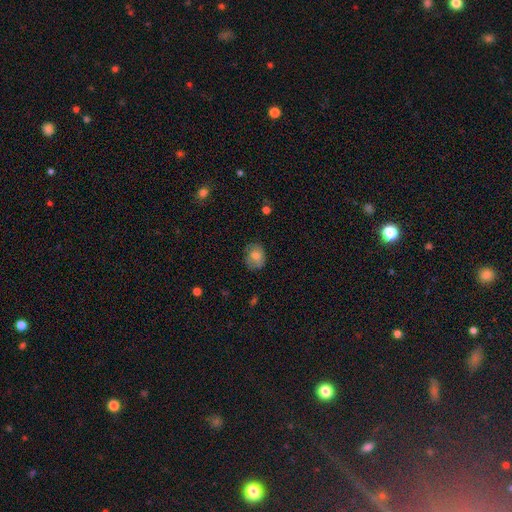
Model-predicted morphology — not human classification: A smooth galaxy with no disk features (72%) that is in between round and cigar-shaped (52%).

Vote fractions:
- Smooth or featured? smooth: 72% / featured or disk: 20% / star or artifact: 9%
- How rounded? in between: 52% / round: 47% / cigar-shaped: 1%
- Merging? none: 70% / minor disturbance: 22% / major disturbance: 7% / merger: 1%